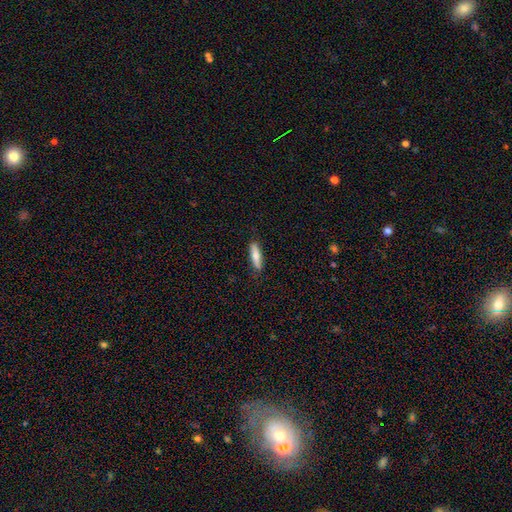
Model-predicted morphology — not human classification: Smooth or featured? Predicted: smooth (p=0.77). How rounded? Predicted: cigar-shaped (p=0.72). Merging? Predicted: none (p=0.87).